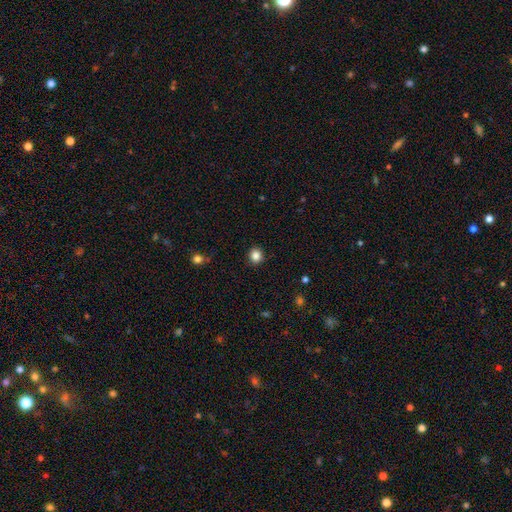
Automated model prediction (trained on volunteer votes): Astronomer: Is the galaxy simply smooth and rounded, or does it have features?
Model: smooth — 85%.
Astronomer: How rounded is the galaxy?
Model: round — 83%.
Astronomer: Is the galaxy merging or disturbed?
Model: none — 91%.